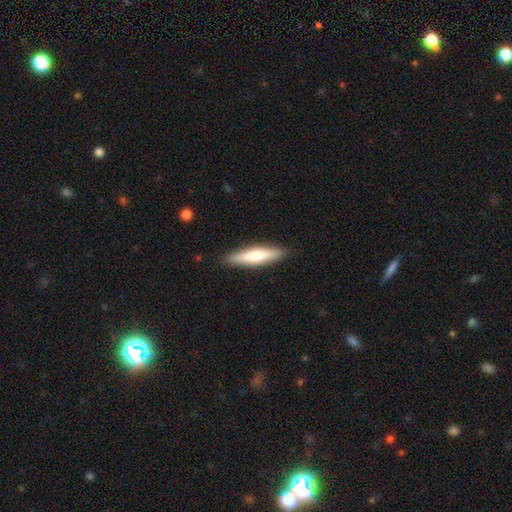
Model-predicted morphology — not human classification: smooth-or-featured: smooth: 62% | featured or disk: 33% | star or artifact: 5%
  how-rounded: cigar-shaped: 80% | in between: 19% | round: 1%
  merging: none: 89% | minor disturbance: 8% | major disturbance: 2% | merger: 1%